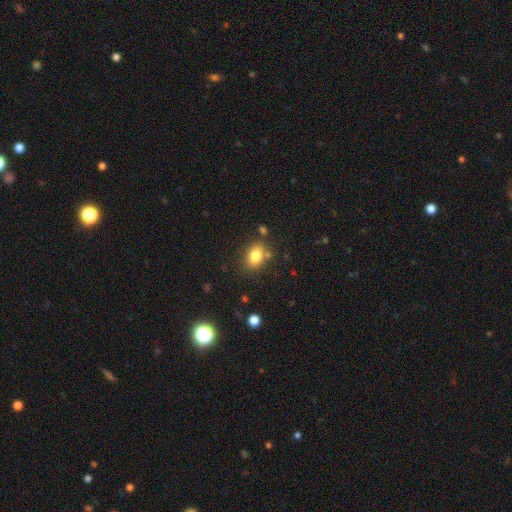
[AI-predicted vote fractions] smooth-or-featured: smooth: 82% | star or artifact: 10% | featured or disk: 8%
  how-rounded: in between: 73% | round: 26% | cigar-shaped: 1%
  merging: none: 76% | minor disturbance: 13% | merger: 7% | major disturbance: 4%